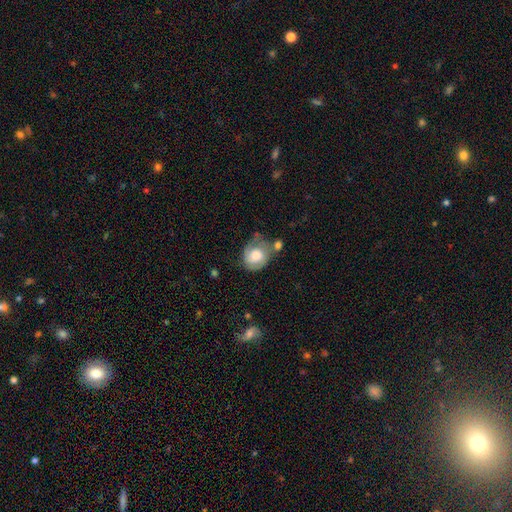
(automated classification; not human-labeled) The model was most divided on "merging": none: 38%, minor disturbance: 31%, major disturbance: 19%, merger: 13%. More confident: how rounded — round (63%); smooth or featured — smooth (57%).